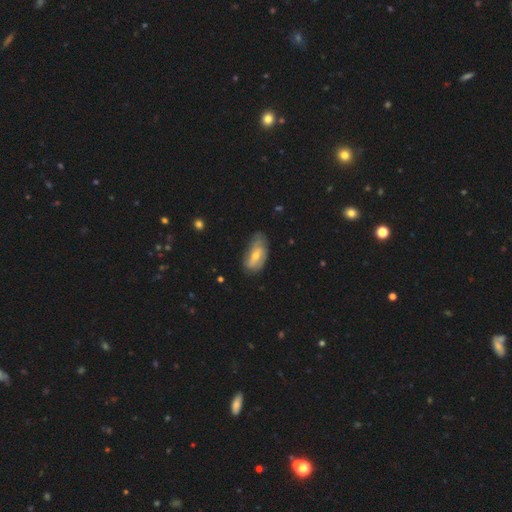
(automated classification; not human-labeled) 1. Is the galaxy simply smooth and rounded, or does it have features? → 47% featured or disk, 45% smooth, 8% star or artifact.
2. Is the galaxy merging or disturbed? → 56% none, 34% minor disturbance, 9% major disturbance, 2% merger.